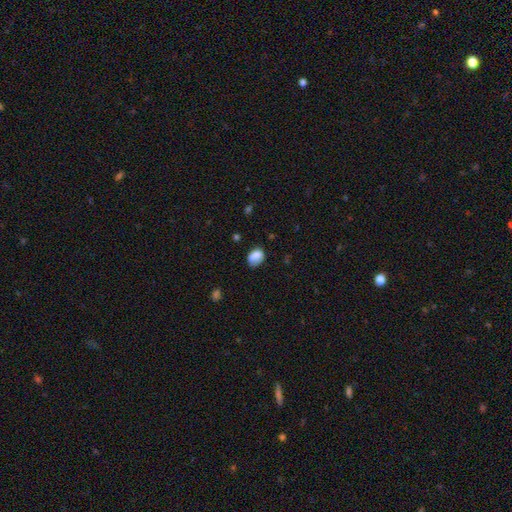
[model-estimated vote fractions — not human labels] This appears to be a smooth galaxy with no disk features (81%) that is in between round and cigar-shaped (69%). Merging: none (60%).